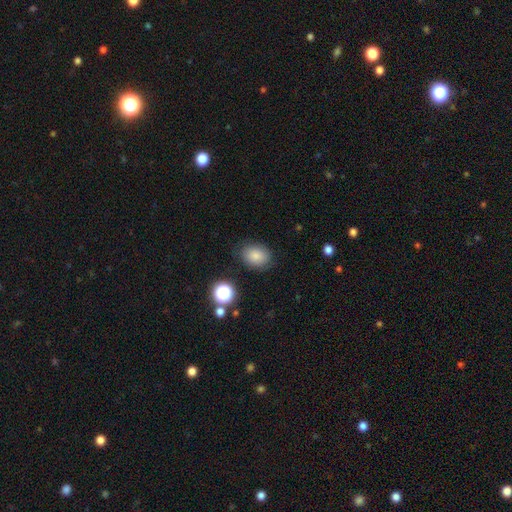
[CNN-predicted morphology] smooth_or_featured: smooth (p=0.83) [alt: star or artifact p=0.10]
how_rounded: in between (p=0.69) [alt: round p=0.30]
merging: none (p=0.82) [alt: minor disturbance p=0.12]